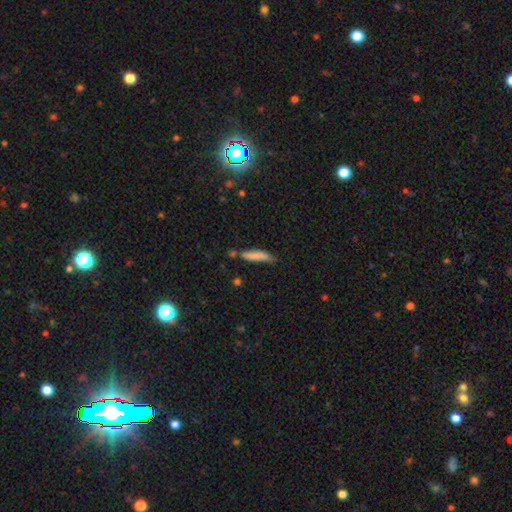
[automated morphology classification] type=smooth (80%); roundness=cigar-shaped (82%); merging=none (61%).